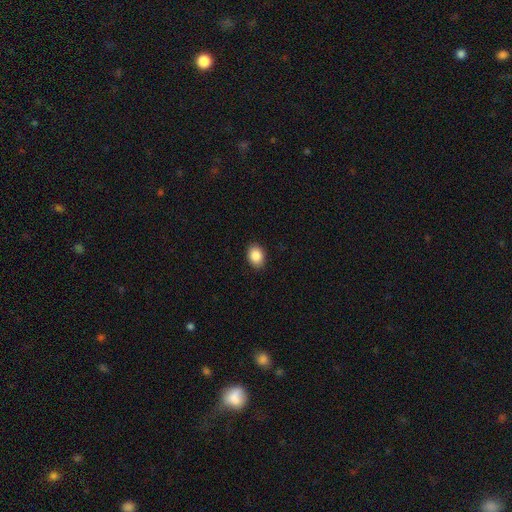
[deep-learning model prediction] Q: Smooth or featured?
A: smooth (88%); runner-up: star or artifact (8%)
Q: How rounded?
A: in between (72%); runner-up: round (27%)
Q: Merging?
A: none (89%); runner-up: minor disturbance (8%)